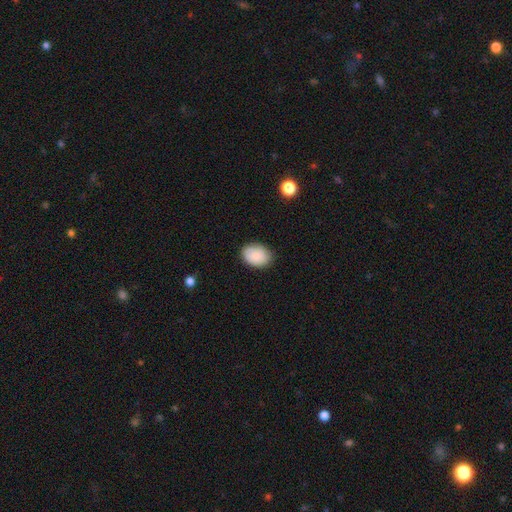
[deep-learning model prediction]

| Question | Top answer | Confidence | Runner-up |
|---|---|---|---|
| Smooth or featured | smooth | 87% | star or artifact (7%) |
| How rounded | in between | 77% | round (22%) |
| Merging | none | 83% | minor disturbance (14%) |